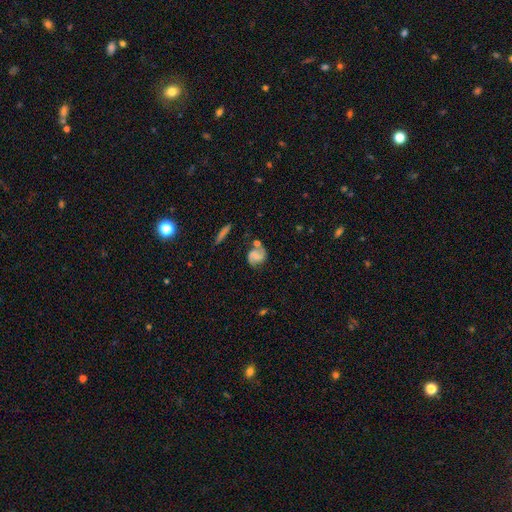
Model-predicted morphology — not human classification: Smooth or featured: featured or disk — 58% (smooth — 33%)
Edge-on disk: no — 96% (yes — 4%)
Bar: no — 51% (weak — 36%)
Spiral arms: yes — 91% (no — 9%)
Spiral winding: medium — 46% (loose — 29%)
Spiral arm count: 2 — 84% (can't tell — 6%)
Bulge size: none — 50% (small — 25%)
Merging: none — 61% (minor disturbance — 20%)